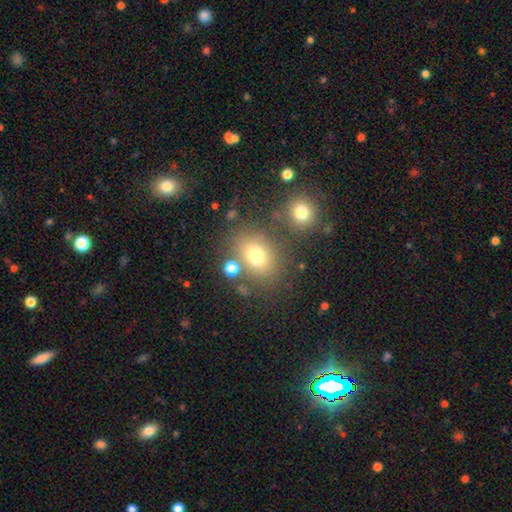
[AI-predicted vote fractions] This appears to be a smooth galaxy with no disk features (72%) that is round (50%). Merging: none (70%).